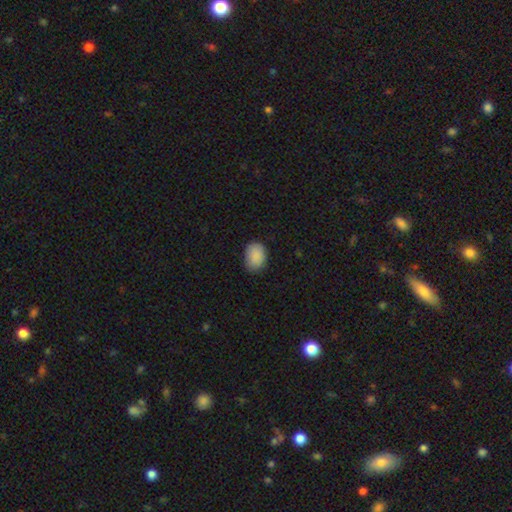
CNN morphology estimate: A smooth galaxy with no disk features (90%) that is in between round and cigar-shaped (73%).

Vote fractions:
- Smooth or featured? smooth: 90% / star or artifact: 7% / featured or disk: 4%
- How rounded? in between: 73% / round: 26% / cigar-shaped: 1%
- Merging? none: 80% / minor disturbance: 16% / major disturbance: 3% / merger: 1%